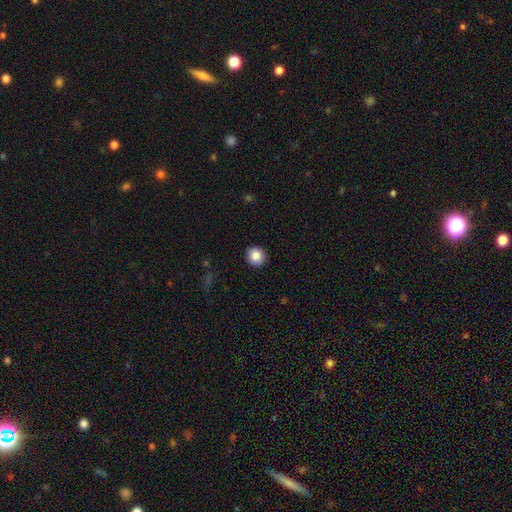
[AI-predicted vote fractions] smooth-or-featured: smooth: 86% | star or artifact: 9% | featured or disk: 5%
  how-rounded: round: 92% | in between: 7% | cigar-shaped: 1%
  merging: none: 92% | minor disturbance: 5% | major disturbance: 2% | merger: 1%